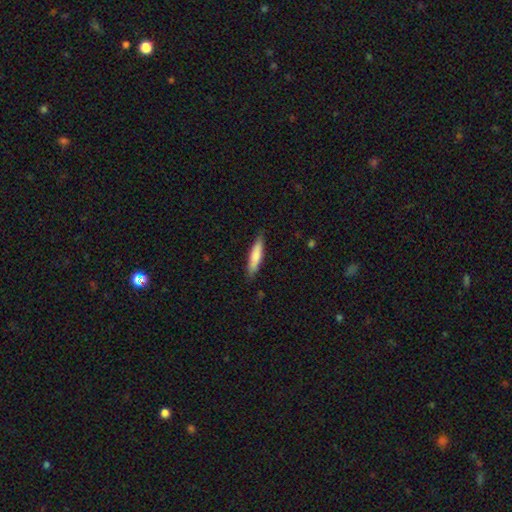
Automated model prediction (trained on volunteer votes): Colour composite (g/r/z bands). It shows a smooth galaxy with no disk features (77%) that is cigar-shaped (81%). Merging: none (86%).